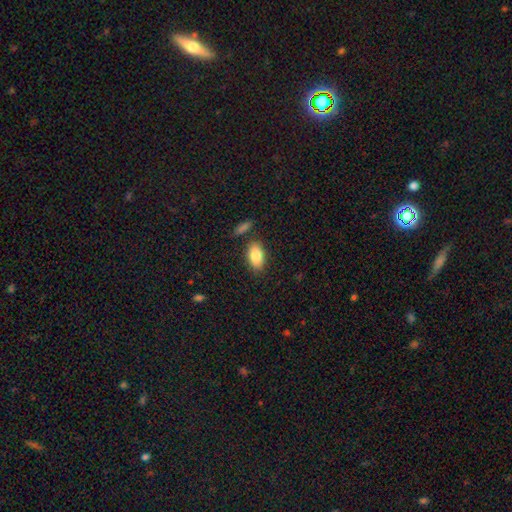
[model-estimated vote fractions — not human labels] The model was most divided on "merging": none: 80%, minor disturbance: 12%, merger: 5%, major disturbance: 3%. More confident: how rounded — in between (91%); smooth or featured — smooth (86%).